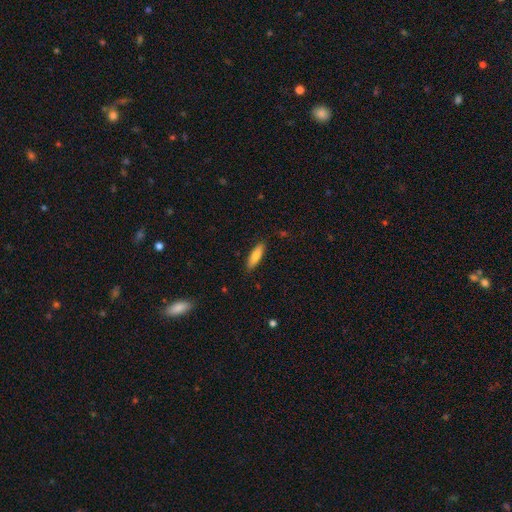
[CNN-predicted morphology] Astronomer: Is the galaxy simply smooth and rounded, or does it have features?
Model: smooth — 78%.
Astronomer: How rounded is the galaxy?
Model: cigar-shaped — 61% (runner-up: in between, 38%).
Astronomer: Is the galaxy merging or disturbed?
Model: none — 88%.